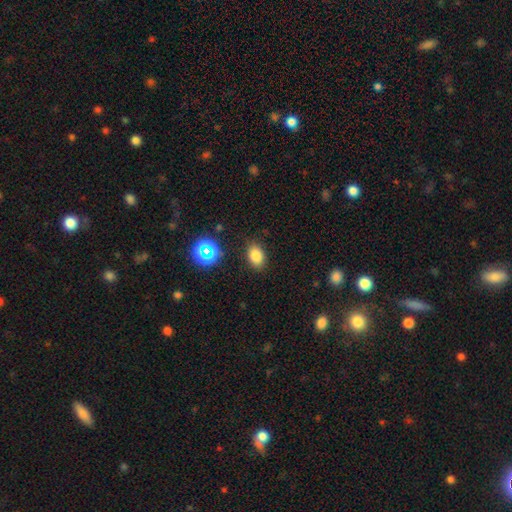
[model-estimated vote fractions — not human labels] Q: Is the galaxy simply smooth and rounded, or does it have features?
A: smooth — 79%.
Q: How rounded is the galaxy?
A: in between — 78%.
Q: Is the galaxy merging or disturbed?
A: none — 85%.